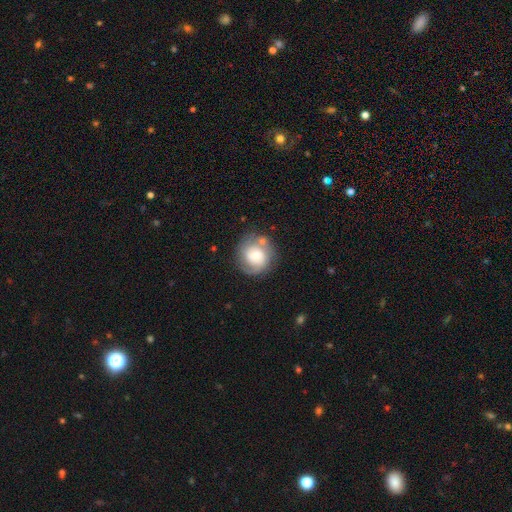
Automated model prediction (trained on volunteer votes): smooth-or-featured: featured or disk: 48% | smooth: 44% | star or artifact: 8%
  merging: none: 64% | minor disturbance: 18% | major disturbance: 9% | merger: 8%